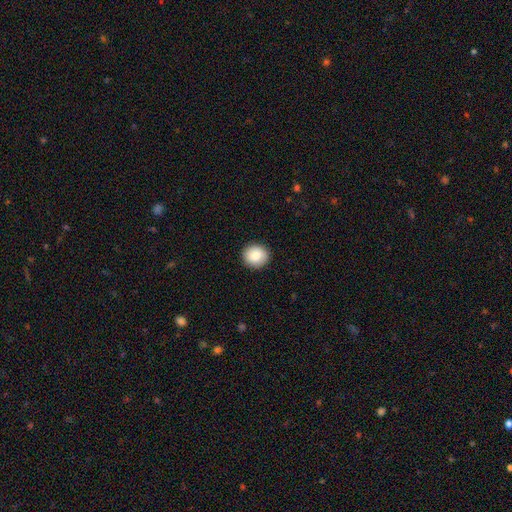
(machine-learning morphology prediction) Smooth or featured? smooth (83%)
How rounded? round (88%)
Merging? none (92%)